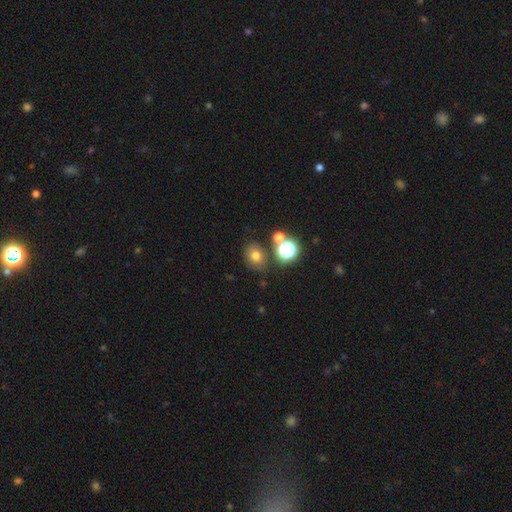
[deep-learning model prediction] Smooth or featured?
  - smooth: 69% *
  - star or artifact: 19%
  - featured or disk: 12%
How rounded?
  - in between: 50% *
  - round: 49%
  - cigar-shaped: 1%
Merging?
  - none: 76% *
  - minor disturbance: 11%
  - merger: 9%
  - major disturbance: 4%